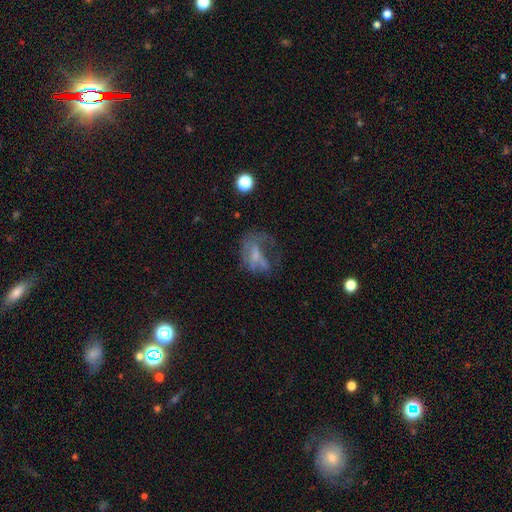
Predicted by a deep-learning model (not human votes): Smooth or featured? featured or disk (48%)
Merging? major disturbance (48%)